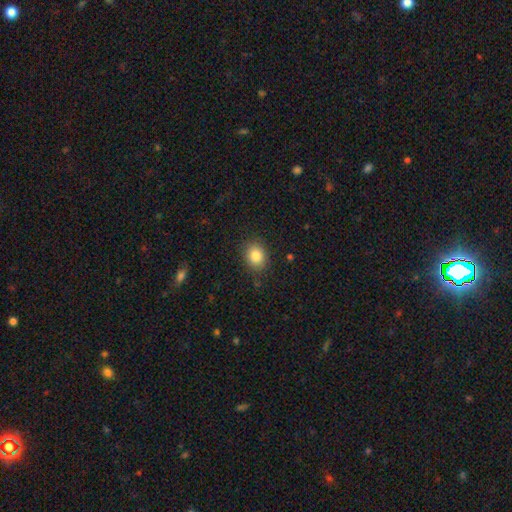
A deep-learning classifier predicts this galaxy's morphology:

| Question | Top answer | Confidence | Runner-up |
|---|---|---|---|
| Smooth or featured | smooth | 84% | star or artifact (10%) |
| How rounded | round | 53% | in between (46%) |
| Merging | none | 86% | minor disturbance (10%) |